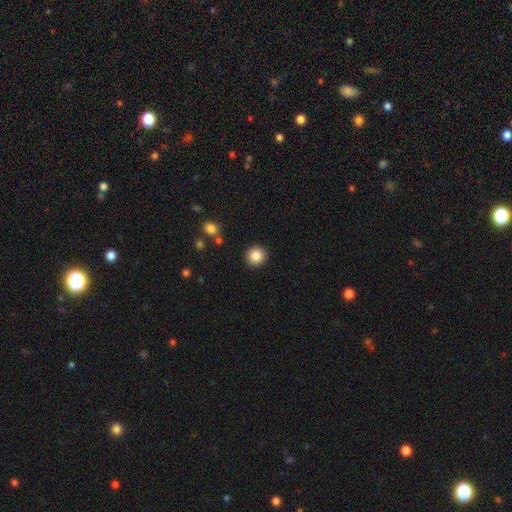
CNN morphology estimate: smooth-or-featured: smooth: 86% | star or artifact: 9% | featured or disk: 5%
  how-rounded: round: 94% | in between: 5% | cigar-shaped: 1%
  merging: none: 92% | minor disturbance: 5% | major disturbance: 2% | merger: 2%